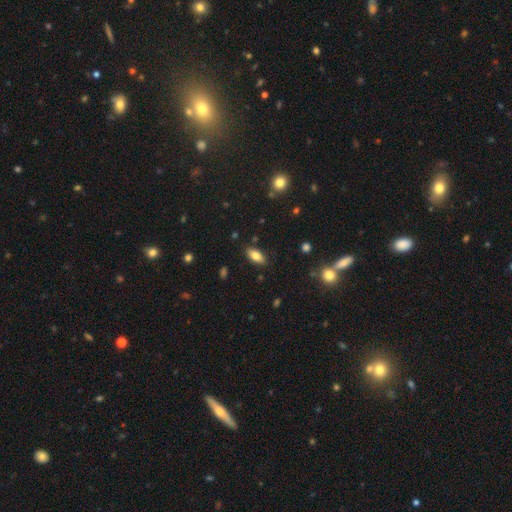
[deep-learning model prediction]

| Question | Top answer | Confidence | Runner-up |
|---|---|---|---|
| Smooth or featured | smooth | 79% | featured or disk (12%) |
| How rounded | in between | 89% | cigar-shaped (7%) |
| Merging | none | 86% | minor disturbance (10%) |